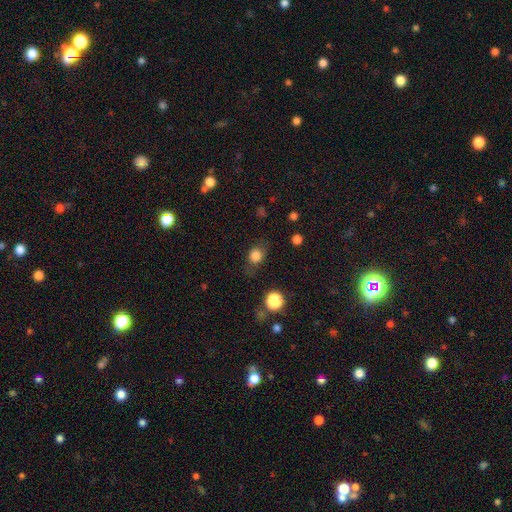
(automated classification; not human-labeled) Smooth or featured?
  - smooth: 80% *
  - star or artifact: 11%
  - featured or disk: 9%
How rounded?
  - round: 54% *
  - in between: 44%
  - cigar-shaped: 2%
Merging?
  - none: 69% *
  - minor disturbance: 20%
  - major disturbance: 9%
  - merger: 2%